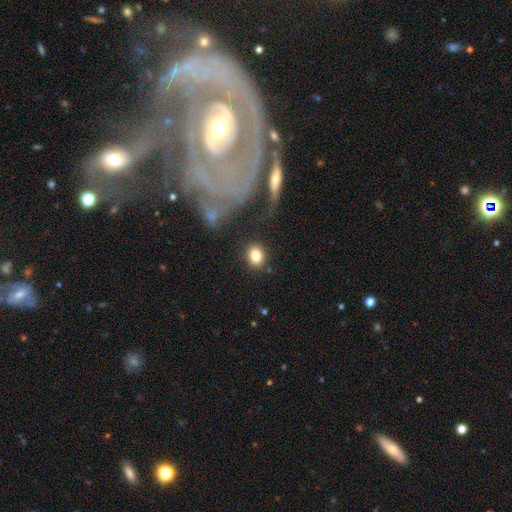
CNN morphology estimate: smooth-or-featured: smooth: 82% | featured or disk: 9% | star or artifact: 9%
  how-rounded: round: 56% | in between: 42% | cigar-shaped: 1%
  merging: none: 82% | minor disturbance: 10% | merger: 4% | major disturbance: 4%